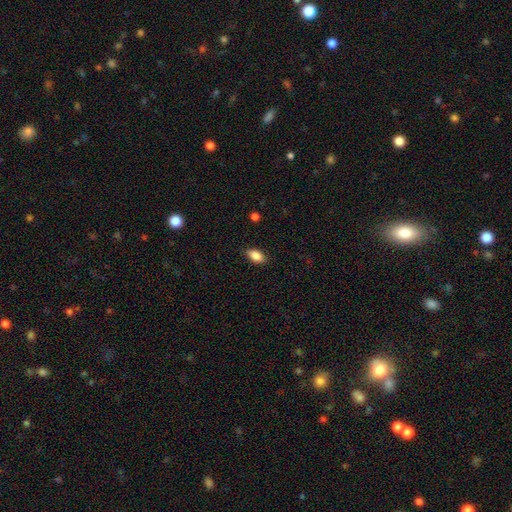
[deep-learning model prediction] Morphology: type=smooth (86%); roundness=in between (90%); merging=none (87%).